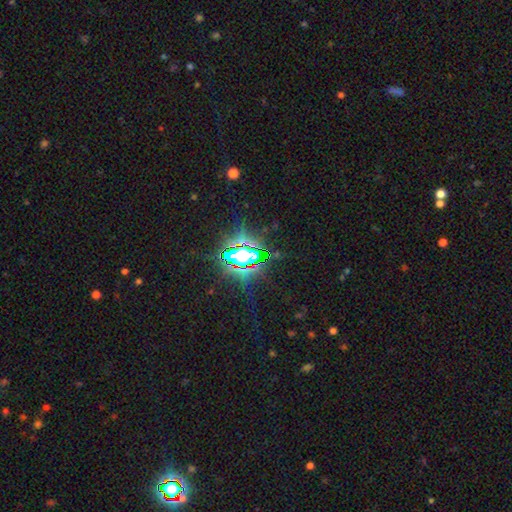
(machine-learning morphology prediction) A star or artifact, not a galaxy (77%).

Vote fractions:
- Smooth or featured? star or artifact: 77% / smooth: 13% / featured or disk: 10%